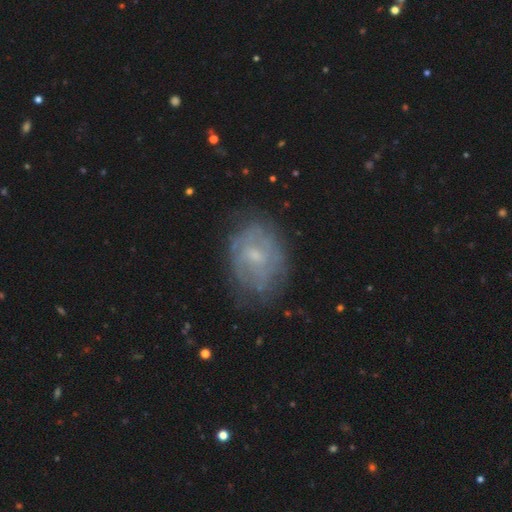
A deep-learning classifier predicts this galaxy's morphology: This appears to be a featured or disk galaxy (61%) with no bar (57%), spiral arms (64%) and a small central bulge (58%). Merging: none (69%).